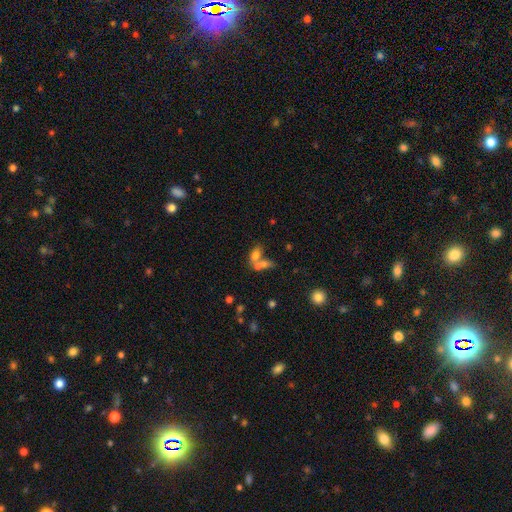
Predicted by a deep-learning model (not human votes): Q: Smooth or featured?
A: smooth (66%); runner-up: featured or disk (20%)
Q: How rounded?
A: in between (78%); runner-up: round (13%)
Q: Merging?
A: merger (56%); runner-up: none (29%)